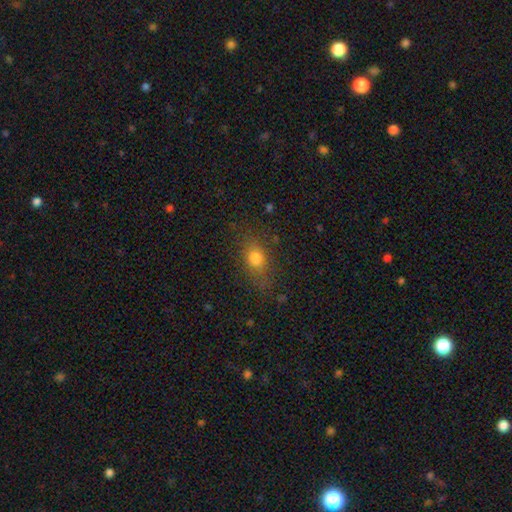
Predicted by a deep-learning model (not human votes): Smooth or featured: smooth — 71% (star or artifact — 16%)
How rounded: in between — 61% (round — 30%)
Merging: none — 80% (minor disturbance — 14%)